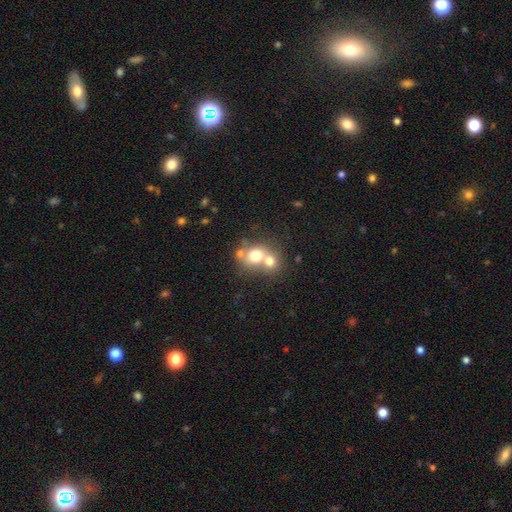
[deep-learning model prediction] Smooth or featured: smooth — 67% (featured or disk — 22%)
How rounded: round — 69% (in between — 30%)
Merging: merger — 62% (none — 28%)